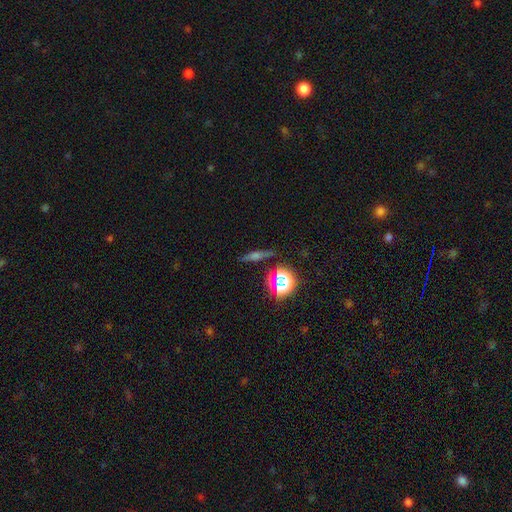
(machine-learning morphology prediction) The model was most divided on "smooth or featured": featured or disk: 46%, smooth: 28%, star or artifact: 26%. More confident: merging — none (85%).